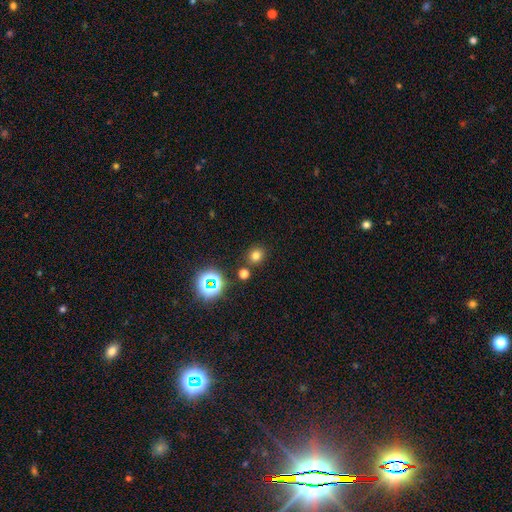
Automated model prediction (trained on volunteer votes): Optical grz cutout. It shows a smooth galaxy with no disk features (71%) that is round (78%). Merging: none (82%).